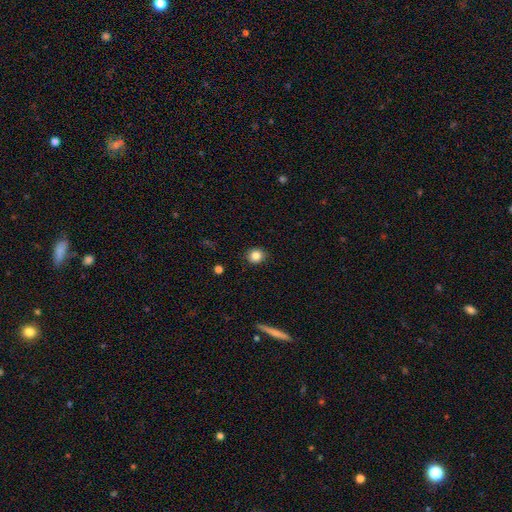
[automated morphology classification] Smooth or featured? smooth (85%)
How rounded? round (83%)
Merging? none (90%)